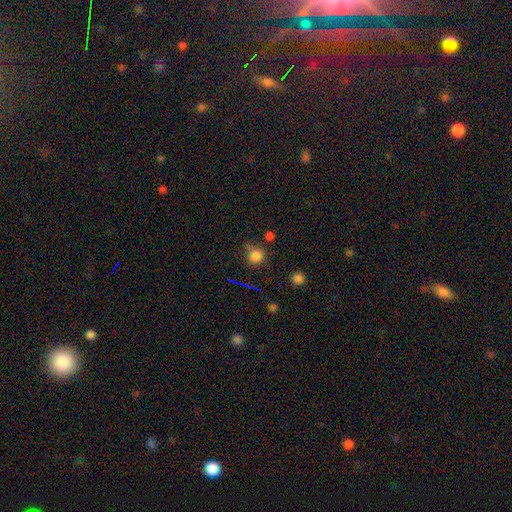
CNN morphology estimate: Overall: smooth (76%). How rounded: round (85%). Merging: none (65%).